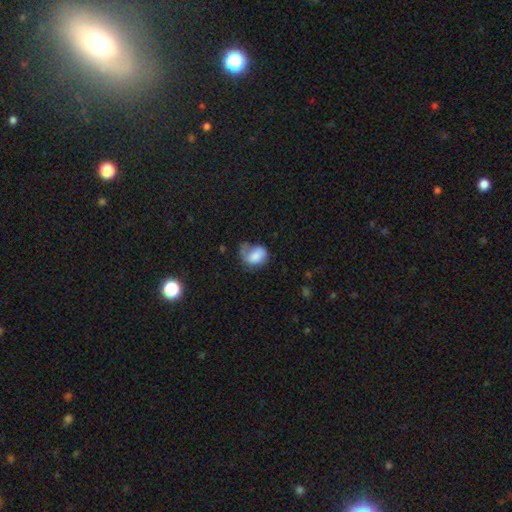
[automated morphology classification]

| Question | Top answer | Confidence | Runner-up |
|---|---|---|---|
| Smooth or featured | smooth | 69% | featured or disk (23%) |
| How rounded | in between | 63% | round (36%) |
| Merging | major disturbance | 38% | minor disturbance (31%) |